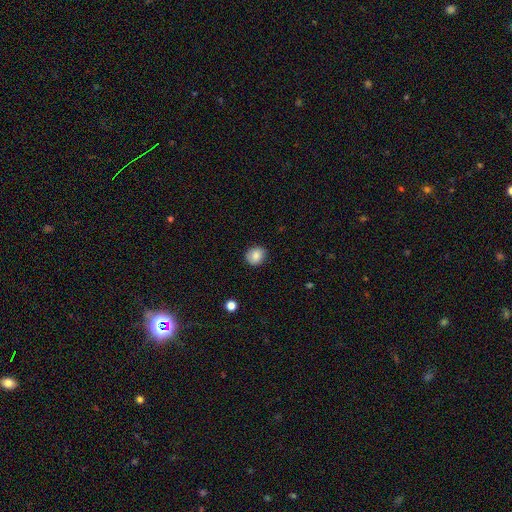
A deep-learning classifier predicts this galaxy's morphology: smooth 84%, star or artifact 9%, featured or disk 7%. Down the decision tree: how rounded — round (75%); merging — none (85%).